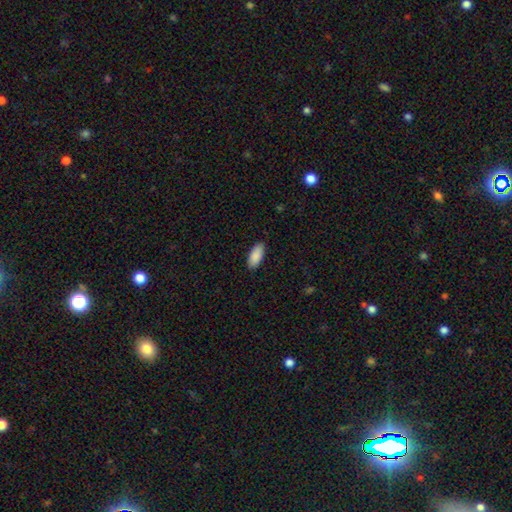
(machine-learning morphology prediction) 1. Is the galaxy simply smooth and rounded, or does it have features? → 90% smooth, 6% star or artifact, 4% featured or disk.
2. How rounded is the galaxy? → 88% in between, 10% cigar-shaped, 2% round.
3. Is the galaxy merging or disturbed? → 89% none, 8% minor disturbance, 2% major disturbance, 1% merger.